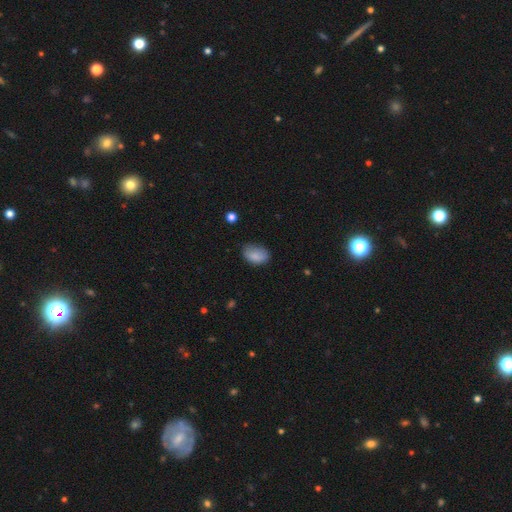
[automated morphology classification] type=smooth (86%); roundness=in between (87%); merging=none (66%).